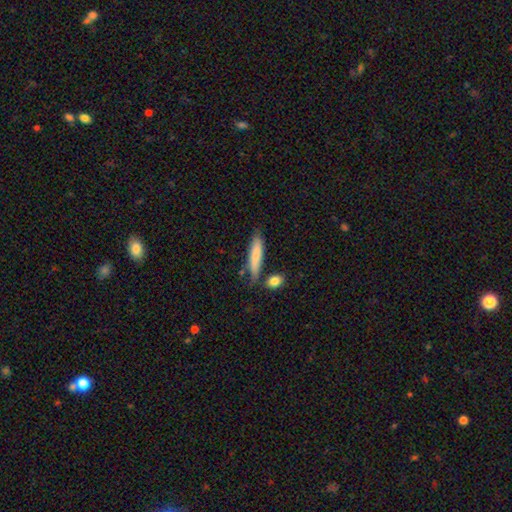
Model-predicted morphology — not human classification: The model was most divided on "merging": none: 71%, minor disturbance: 17%, merger: 8%, major disturbance: 4%. More confident: how rounded — cigar-shaped (80%); smooth or featured — smooth (78%).